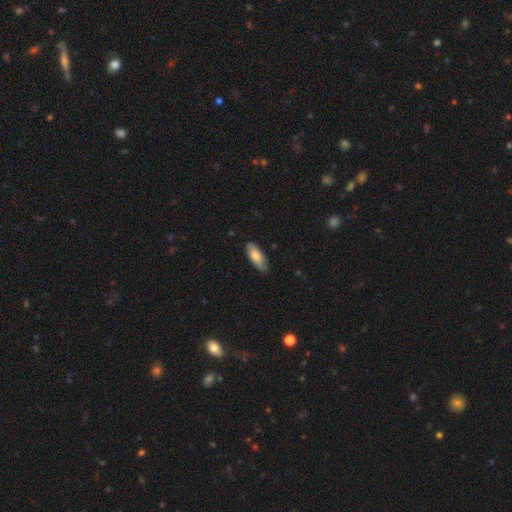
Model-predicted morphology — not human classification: Smooth or featured?
  - smooth: 76% *
  - featured or disk: 19%
  - star or artifact: 6%
How rounded?
  - in between: 74% *
  - cigar-shaped: 24%
  - round: 2%
Merging?
  - none: 82% *
  - minor disturbance: 15%
  - major disturbance: 2%
  - merger: 1%